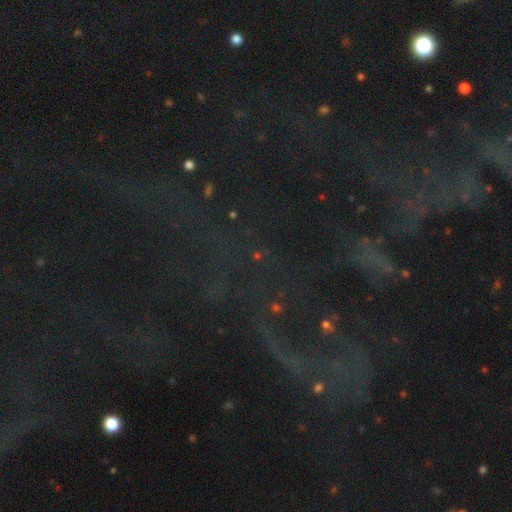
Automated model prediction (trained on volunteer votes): Morphology: type=star or artifact (69%).